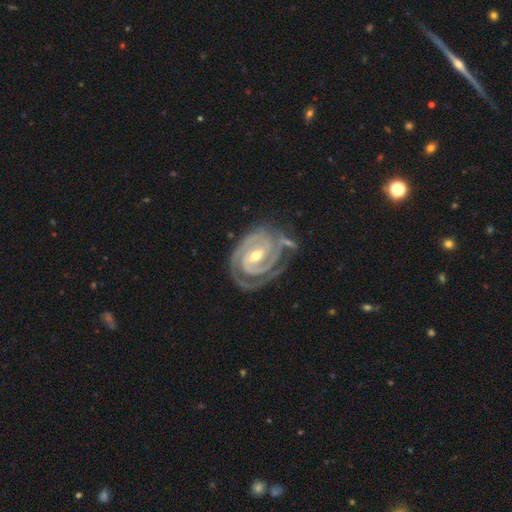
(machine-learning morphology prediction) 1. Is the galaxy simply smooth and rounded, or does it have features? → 93% featured or disk, 4% star or artifact, 3% smooth.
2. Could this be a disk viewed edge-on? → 97% no, 3% yes.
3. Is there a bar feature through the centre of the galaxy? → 43% weak, 33% strong, 23% no.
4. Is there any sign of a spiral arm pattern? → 98% yes, 2% no.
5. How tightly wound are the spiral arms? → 79% tight, 18% medium, 2% loose.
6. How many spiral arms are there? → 67% 2, 16% 3, 7% can't tell, 3% 1, 3% 4, 3% more than 4.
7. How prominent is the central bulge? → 55% moderate, 42% small, 2% large, 1% none, 1% dominant.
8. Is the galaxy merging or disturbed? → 65% none, 20% minor disturbance, 9% major disturbance, 6% merger.